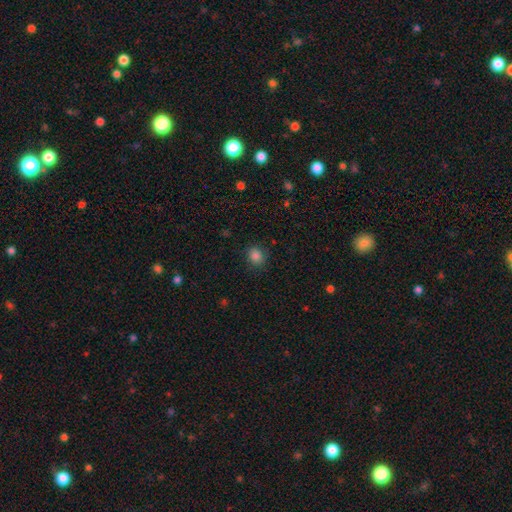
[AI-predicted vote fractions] smooth_or_featured: smooth (p=0.84) [alt: star or artifact p=0.12]
how_rounded: round (p=0.76) [alt: in between p=0.23]
merging: none (p=0.84) [alt: minor disturbance p=0.11]